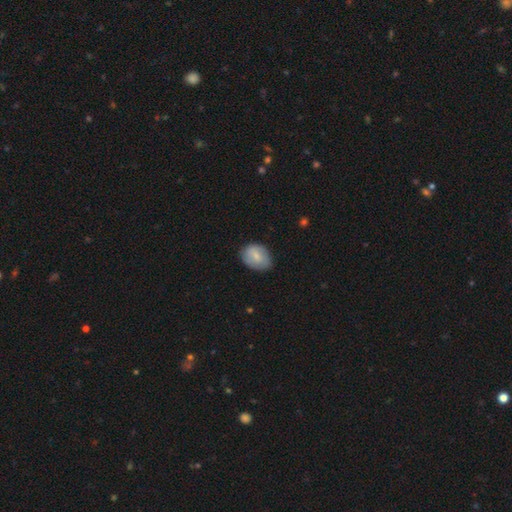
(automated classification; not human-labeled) Smooth or featured? smooth (72%)
How rounded? in between (74%)
Merging? none (77%)